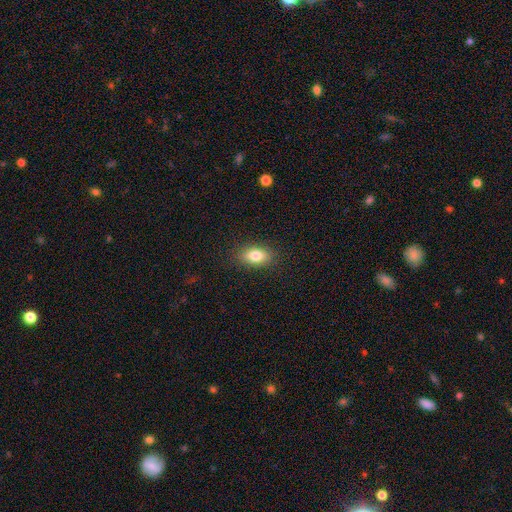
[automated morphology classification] The model was most divided on "smooth or featured": smooth: 81%, featured or disk: 10%, star or artifact: 9%. More confident: merging — none (87%); how rounded — in between (86%).